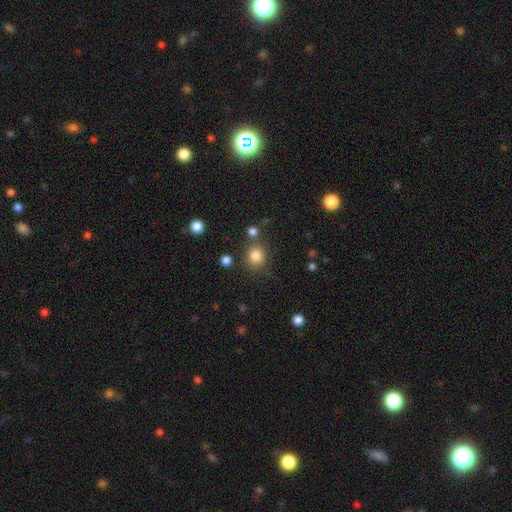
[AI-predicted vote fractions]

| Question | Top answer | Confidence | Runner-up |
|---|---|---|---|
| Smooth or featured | smooth | 83% | star or artifact (12%) |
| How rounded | round | 84% | in between (16%) |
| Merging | none | 79% | minor disturbance (9%) |